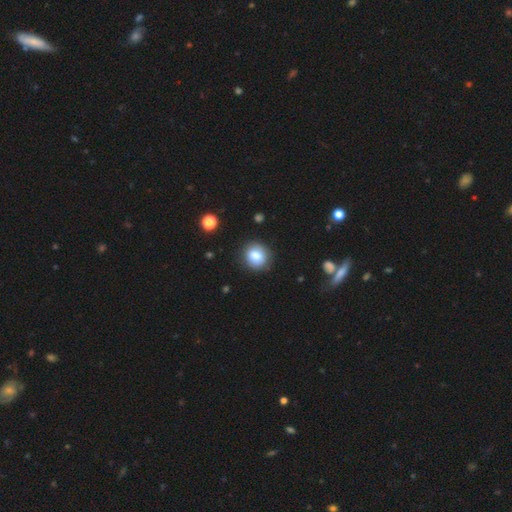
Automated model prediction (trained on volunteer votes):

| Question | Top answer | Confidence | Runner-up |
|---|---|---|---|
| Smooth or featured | smooth | 81% | featured or disk (9%) |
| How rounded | round | 80% | in between (19%) |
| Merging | none | 86% | minor disturbance (9%) |